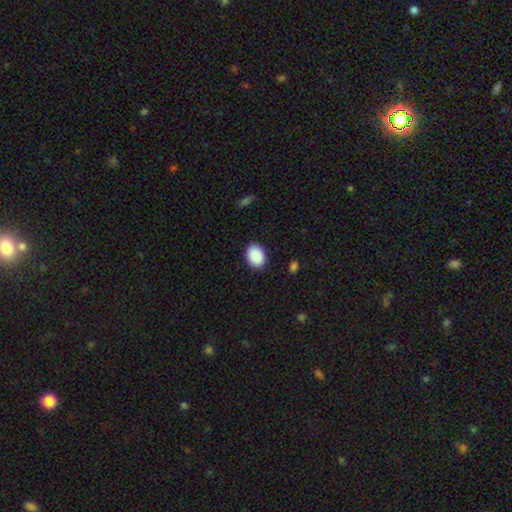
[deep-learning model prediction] Q: Smooth or featured?
A: smooth (91%); runner-up: star or artifact (6%)
Q: How rounded?
A: in between (75%); runner-up: round (24%)
Q: Merging?
A: none (89%); runner-up: minor disturbance (8%)